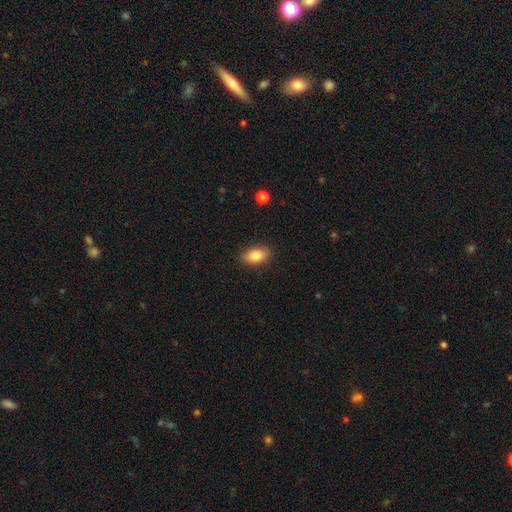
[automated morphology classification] A smooth galaxy with no disk features (83%) that is in between round and cigar-shaped (89%). Merging: none (87%).